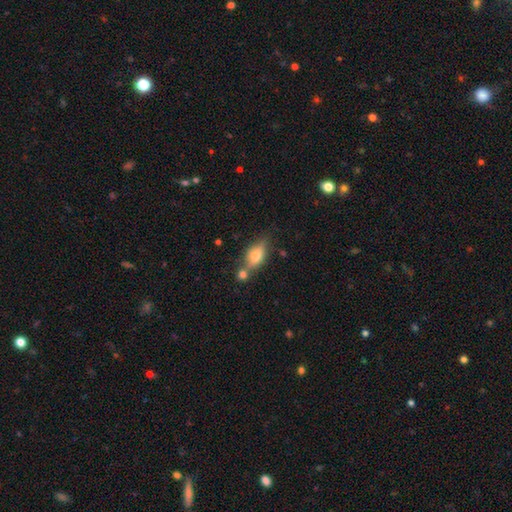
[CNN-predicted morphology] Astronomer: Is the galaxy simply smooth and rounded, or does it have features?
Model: smooth — 62%.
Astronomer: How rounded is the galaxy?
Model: in between — 76%.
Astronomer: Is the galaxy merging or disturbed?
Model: none — 57%.